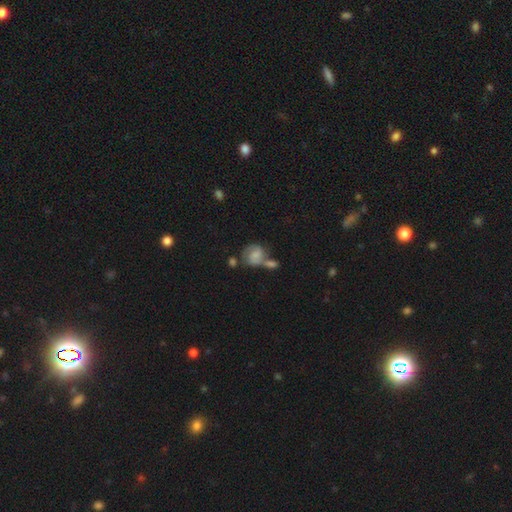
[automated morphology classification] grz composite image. It shows a featured or disk galaxy (50%). Merging: merger (43%).